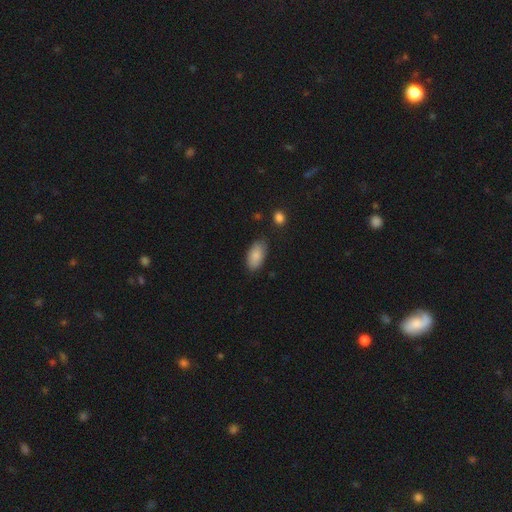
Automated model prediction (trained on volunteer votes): smooth 85%, featured or disk 8%, star or artifact 7%. Down the decision tree: how rounded — in between (94%); merging — none (77%).